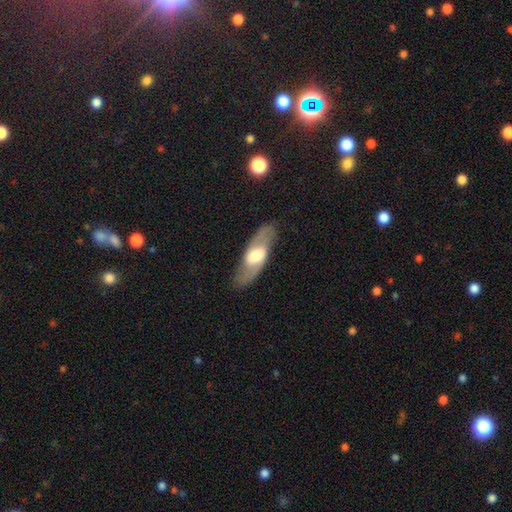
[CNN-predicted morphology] smooth_or_featured: featured or disk (p=0.59) [alt: smooth p=0.36]
disk_edge_on: no (p=0.73) [alt: yes p=0.27]
merging: none (p=0.84) [alt: minor disturbance p=0.11]